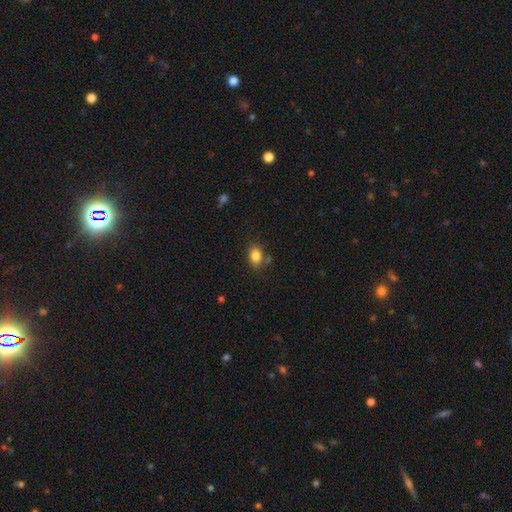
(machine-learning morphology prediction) smooth-or-featured: smooth: 84% | star or artifact: 10% | featured or disk: 6%
  how-rounded: in between: 74% | round: 25% | cigar-shaped: 1%
  merging: none: 74% | minor disturbance: 15% | merger: 7% | major disturbance: 4%